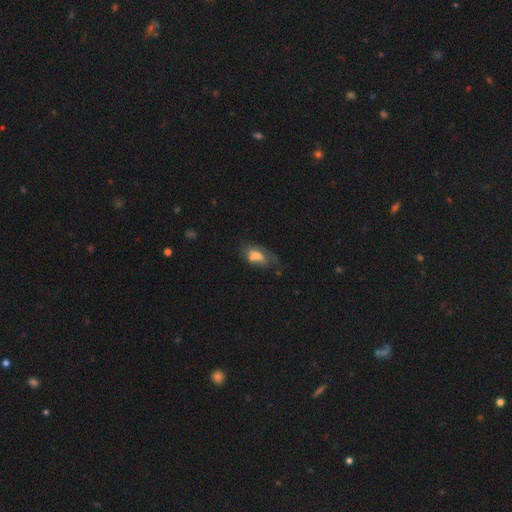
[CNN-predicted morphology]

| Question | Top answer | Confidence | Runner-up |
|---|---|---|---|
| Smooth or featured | smooth | 56% | featured or disk (33%) |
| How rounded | in between | 85% | cigar-shaped (8%) |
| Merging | none | 34% | minor disturbance (28%) |